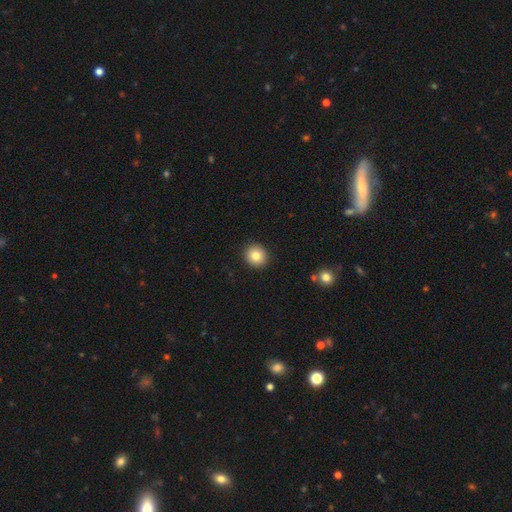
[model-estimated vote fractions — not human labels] This is clearly a smooth galaxy (82%). How rounded: clearly round (89%). Merging: clearly none (92%).